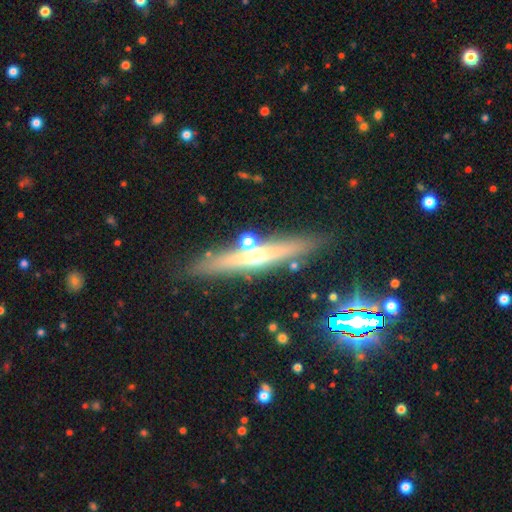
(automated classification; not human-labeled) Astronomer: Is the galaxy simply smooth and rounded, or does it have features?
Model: featured or disk — 60%.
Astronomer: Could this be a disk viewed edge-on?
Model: yes — 92%.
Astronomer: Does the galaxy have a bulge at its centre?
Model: rounded — 86%.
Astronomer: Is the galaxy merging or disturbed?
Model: none — 81%.